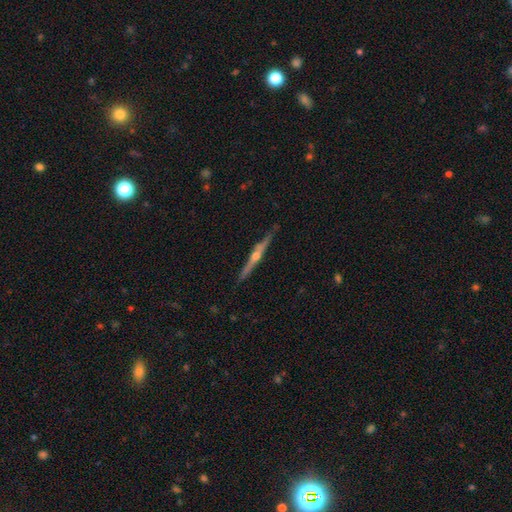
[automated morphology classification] smooth-or-featured: featured or disk: 80% | smooth: 14% | star or artifact: 6%
  disk-edge-on: yes: 98% | no: 2%
    edge-on-bulge: rounded: 91% | none: 6% | boxy: 3%
  merging: none: 87% | minor disturbance: 10% | major disturbance: 2% | merger: 1%